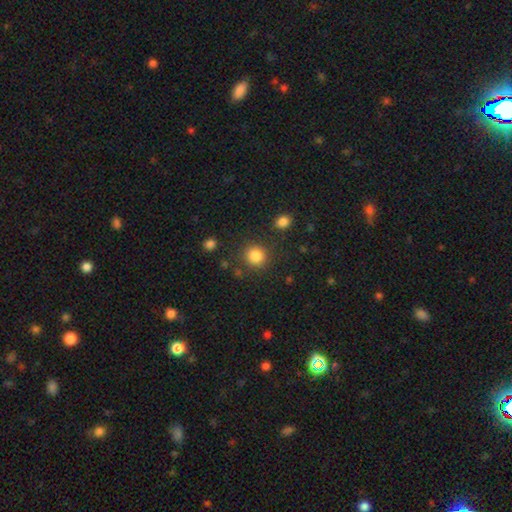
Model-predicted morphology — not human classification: The model was most divided on "smooth or featured": smooth: 85%, star or artifact: 11%, featured or disk: 5%. More confident: how rounded — round (91%); merging — none (85%).